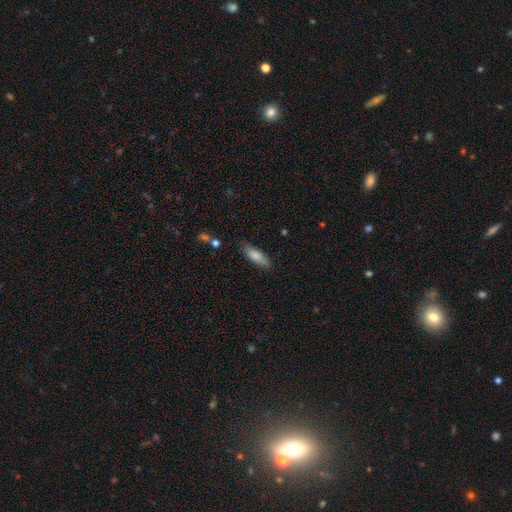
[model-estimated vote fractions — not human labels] smooth-or-featured: smooth: 78% | featured or disk: 16% | star or artifact: 6%
  how-rounded: cigar-shaped: 50% | in between: 48% | round: 2%
  merging: none: 81% | minor disturbance: 14% | major disturbance: 3% | merger: 2%